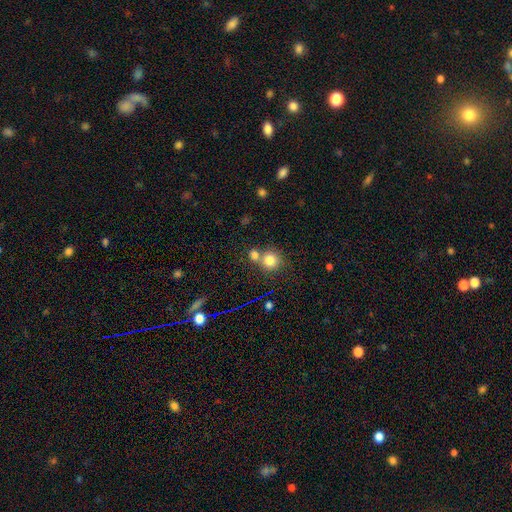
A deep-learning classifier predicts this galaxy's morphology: Overall: smooth (74%). How rounded: round (88%). Merging: none (61%; merger 28%).